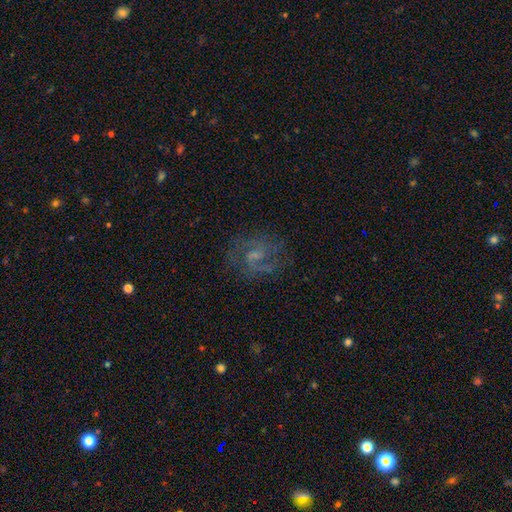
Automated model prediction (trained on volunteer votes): This is likely a featured or disk galaxy (76%). It is clearly not viewed edge-on (98%). Bar: possibly weak (54%). Spiral arm pattern: clearly yes (91%). Spiral arm count: likely 2 (75%). Spiral winding: possibly medium (54%). Central bulge: marginally small (44%). Merging: likely none (71%).